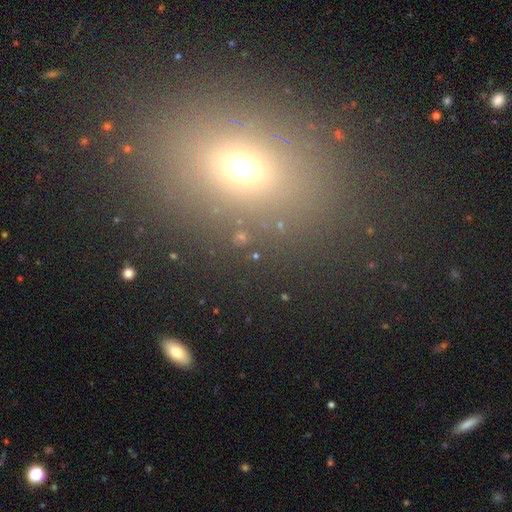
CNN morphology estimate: The model was most divided on "how rounded": in between: 53%, round: 45%, cigar-shaped: 2%. More confident: merging — none (83%); smooth or featured — smooth (58%).